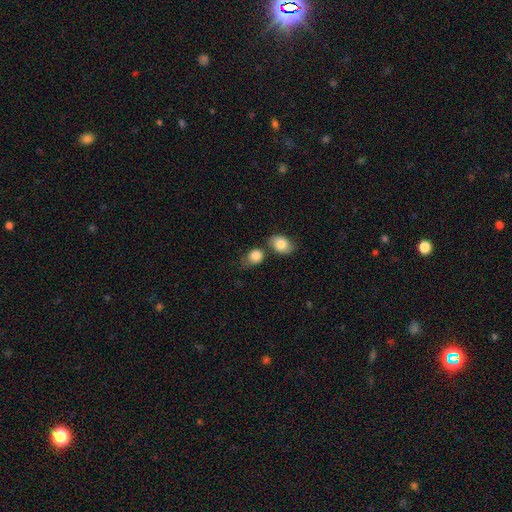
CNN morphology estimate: type=smooth (84%); roundness=in between (53%); merging=none (45%).